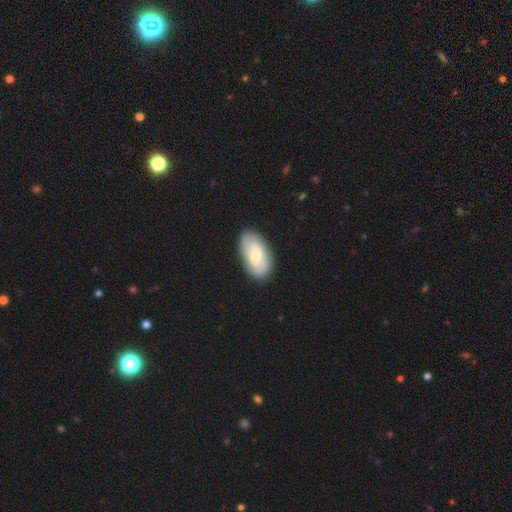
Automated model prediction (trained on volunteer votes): featured or disk 51%, smooth 44%, star or artifact 5%. Down the decision tree: edge-on disk — no (93%); merging — none (82%).